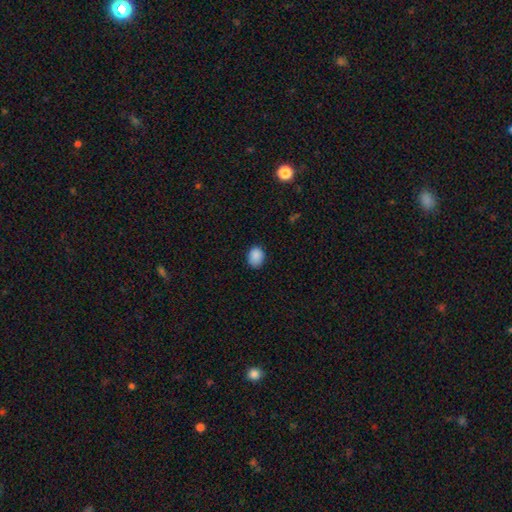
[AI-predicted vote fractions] Smooth or featured?
  - smooth: 88% *
  - star or artifact: 9%
  - featured or disk: 3%
How rounded?
  - in between: 50% *
  - round: 49%
  - cigar-shaped: 1%
Merging?
  - none: 81% *
  - minor disturbance: 15%
  - major disturbance: 3%
  - merger: 1%